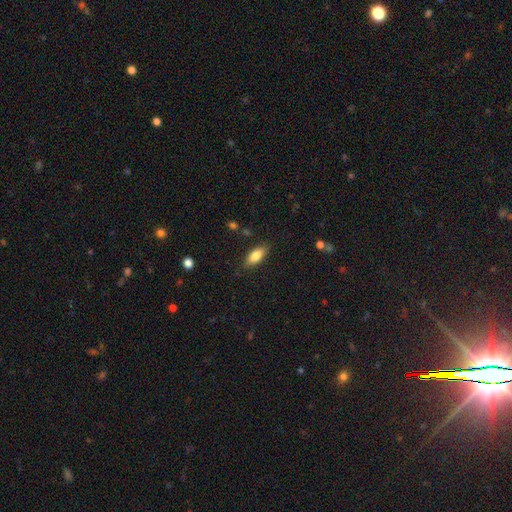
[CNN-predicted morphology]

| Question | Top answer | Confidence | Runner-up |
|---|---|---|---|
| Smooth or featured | smooth | 83% | featured or disk (11%) |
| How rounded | in between | 82% | cigar-shaped (16%) |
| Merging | none | 84% | minor disturbance (12%) |